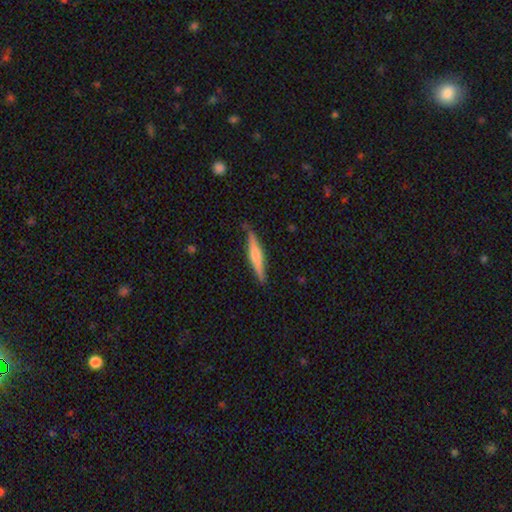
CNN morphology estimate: This appears to be a smooth galaxy with no disk features (50%). Merging: none (82%).